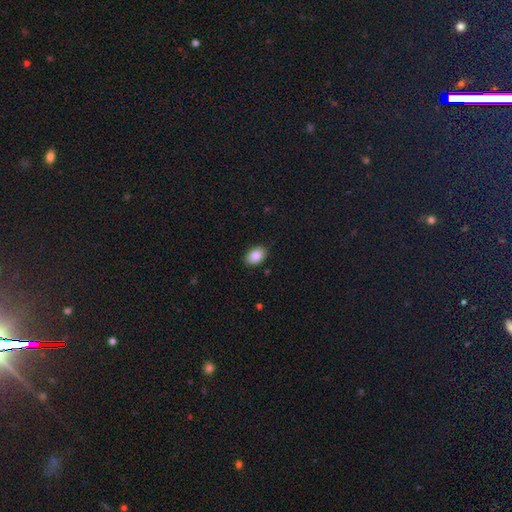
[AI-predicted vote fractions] Smooth or featured? smooth (87%)
How rounded? in between (86%)
Merging? none (87%)